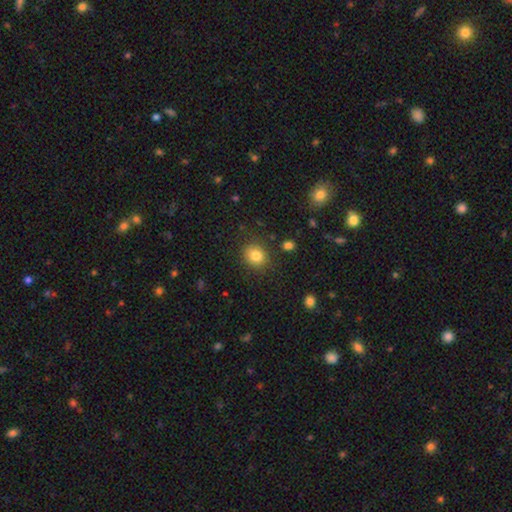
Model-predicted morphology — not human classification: This is clearly a smooth galaxy (83%). How rounded: likely round (76%). Merging: clearly none (86%).